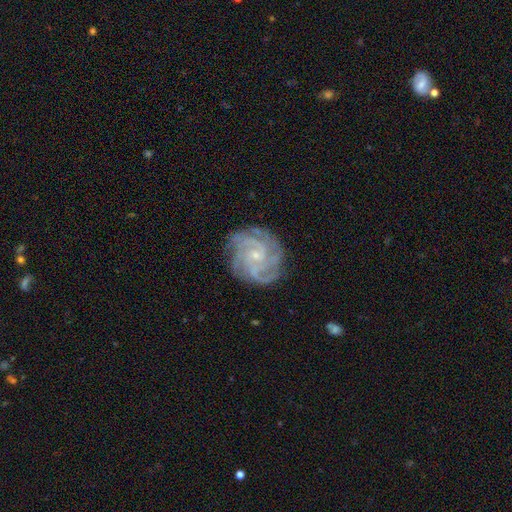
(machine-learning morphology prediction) Overall: featured or disk (88%). Edge-on disk: no (98%). Bar: no (68%). Spiral arms: yes (98%). Spiral arm count: 4 (33%; 3 21%). Spiral winding: tight (69%). Bulge size: small (78%). Merging: none (80%).